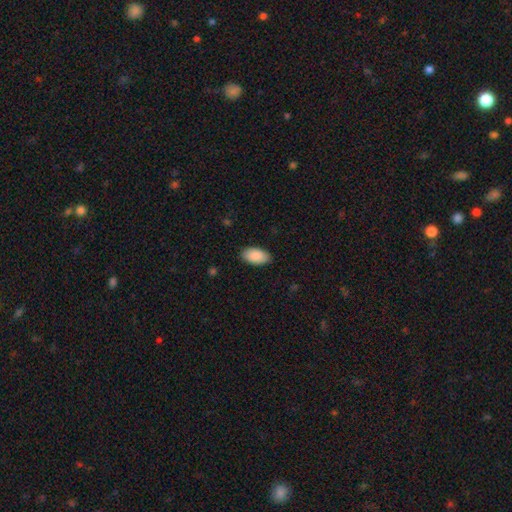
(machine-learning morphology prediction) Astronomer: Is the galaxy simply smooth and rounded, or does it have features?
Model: smooth — 90%.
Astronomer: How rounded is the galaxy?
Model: in between — 96%.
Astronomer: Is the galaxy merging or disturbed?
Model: none — 87%.